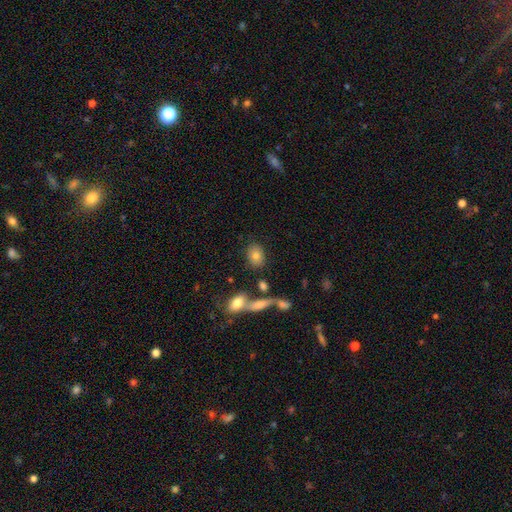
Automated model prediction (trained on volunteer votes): Smooth or featured?
  - smooth: 78% *
  - featured or disk: 13%
  - star or artifact: 9%
How rounded?
  - in between: 71% *
  - round: 27%
  - cigar-shaped: 2%
Merging?
  - none: 76% *
  - minor disturbance: 11%
  - merger: 8%
  - major disturbance: 5%